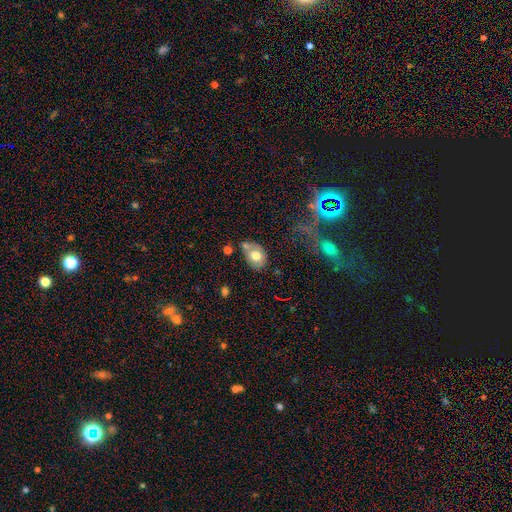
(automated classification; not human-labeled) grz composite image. It shows a smooth galaxy with no disk features (69%) that is in between round and cigar-shaped (69%). Merging: none (47%).